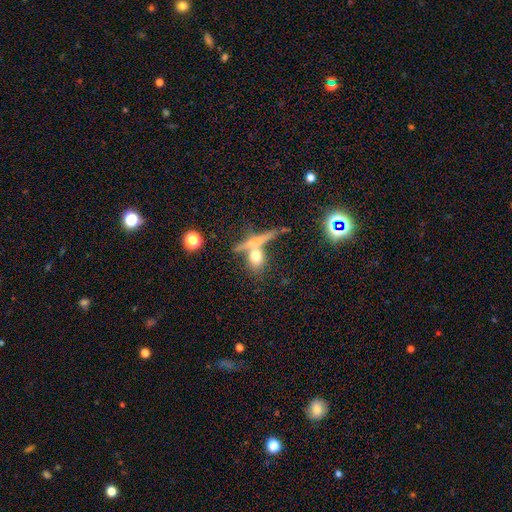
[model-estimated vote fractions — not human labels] This appears to be a smooth galaxy with no disk features (64%) that is round (46%). Merging: none (50%).